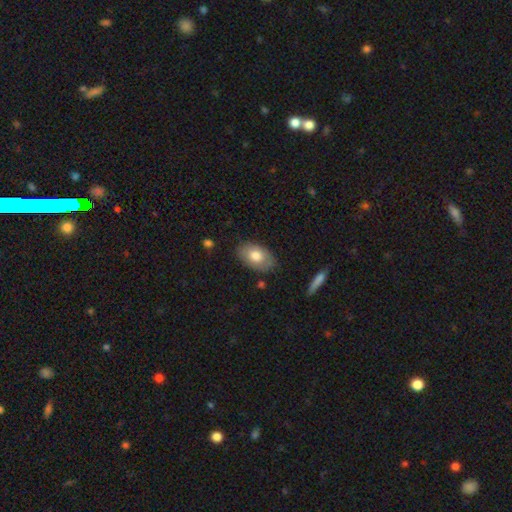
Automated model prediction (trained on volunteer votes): Overall: smooth (74%). How rounded: in between (91%). Merging: none (81%).